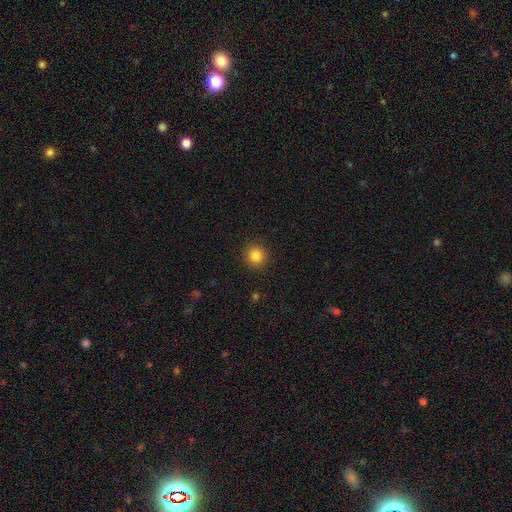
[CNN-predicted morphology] type=smooth (84%); roundness=round (93%); merging=none (92%).